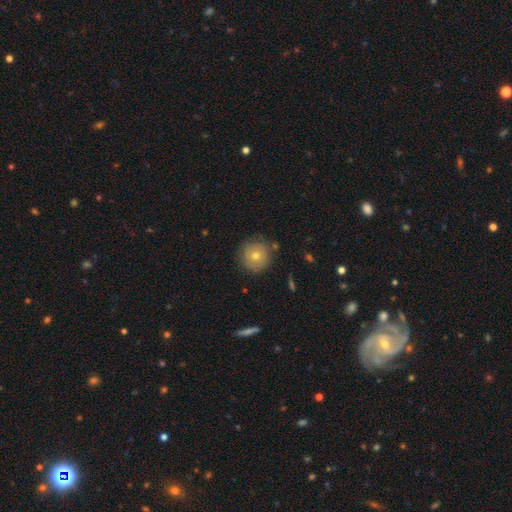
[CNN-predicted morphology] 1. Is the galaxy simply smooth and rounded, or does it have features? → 65% smooth, 23% featured or disk, 12% star or artifact.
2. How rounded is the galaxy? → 95% round, 4% in between, 1% cigar-shaped.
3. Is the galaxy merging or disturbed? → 85% none, 11% minor disturbance, 3% major disturbance, 2% merger.